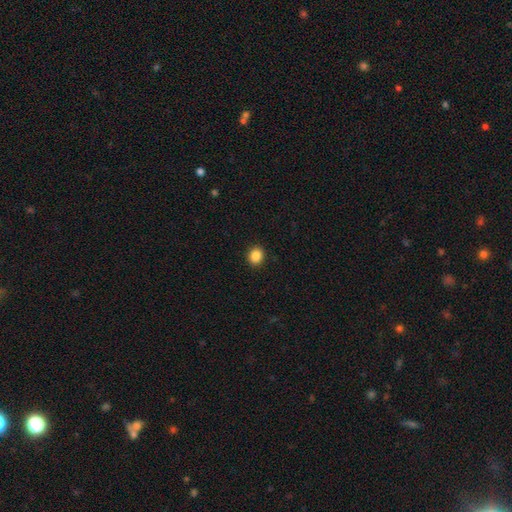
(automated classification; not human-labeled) Smooth or featured? Predicted: smooth (p=0.87). How rounded? Predicted: round (p=0.68). Merging? Predicted: none (p=0.92).